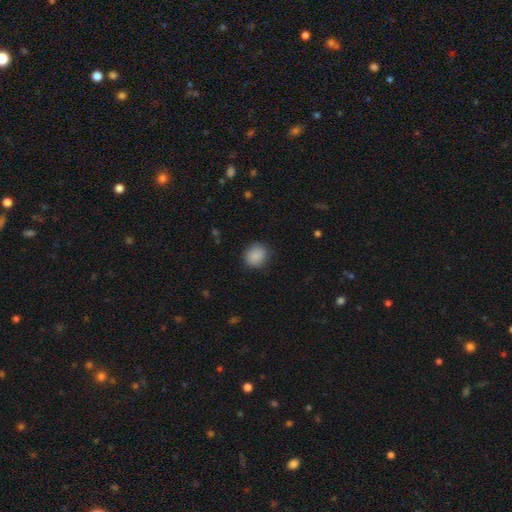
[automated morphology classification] smooth_or_featured: smooth (p=0.88) [alt: star or artifact p=0.08]
how_rounded: round (p=0.69) [alt: in between p=0.30]
merging: none (p=0.83) [alt: minor disturbance p=0.13]